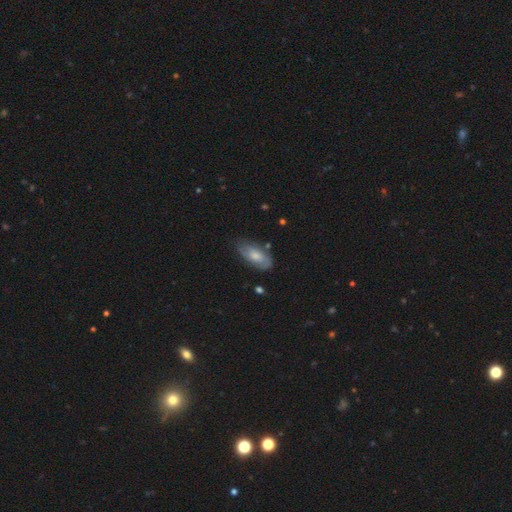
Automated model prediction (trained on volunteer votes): Smooth or featured: smooth — 60% (featured or disk — 34%)
How rounded: in between — 88% (cigar-shaped — 10%)
Merging: none — 67% (minor disturbance — 25%)